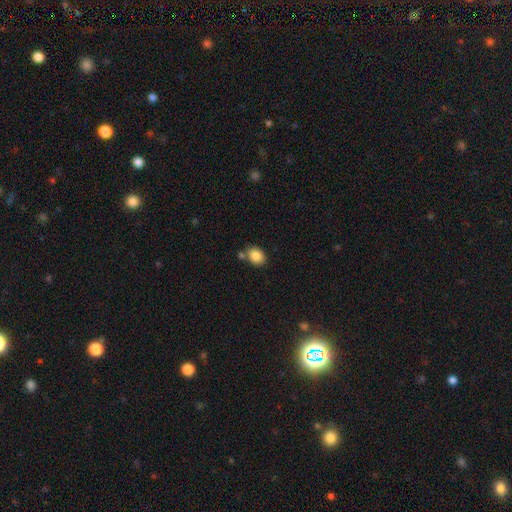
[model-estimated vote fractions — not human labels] A smooth galaxy with no disk features (86%) that is in between round and cigar-shaped (61%).

Vote fractions:
- Smooth or featured? smooth: 86% / star or artifact: 8% / featured or disk: 6%
- How rounded? in between: 61% / round: 38% / cigar-shaped: 1%
- Merging? none: 71% / merger: 13% / minor disturbance: 12% / major disturbance: 3%